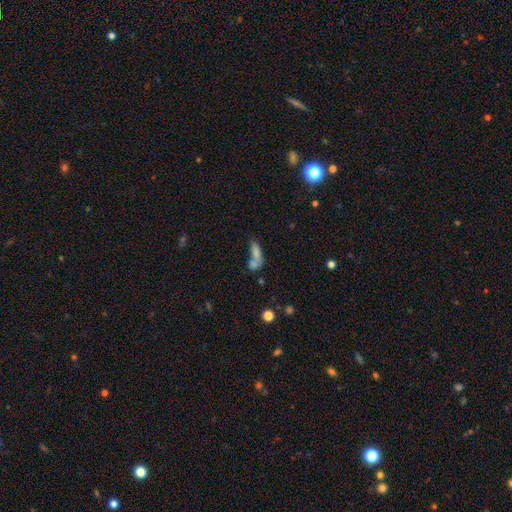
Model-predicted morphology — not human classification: Smooth or featured? smooth (71%)
How rounded? in between (65%)
Merging? merger (59%)